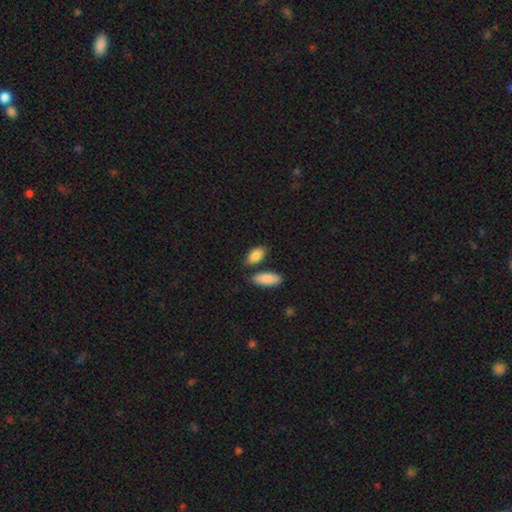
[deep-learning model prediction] The model was most divided on "merging": none: 73%, merger: 12%, minor disturbance: 12%, major disturbance: 3%. More confident: how rounded — in between (89%); smooth or featured — smooth (88%).